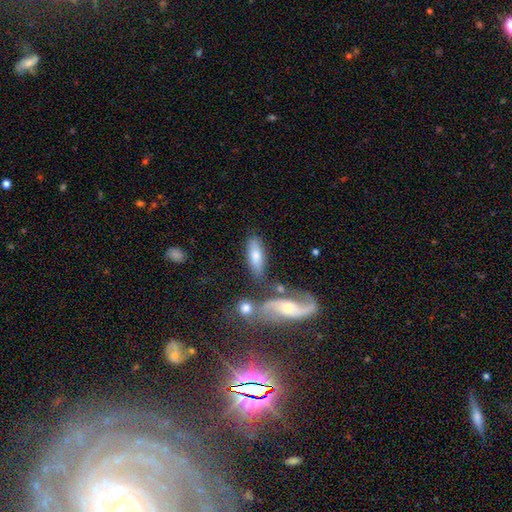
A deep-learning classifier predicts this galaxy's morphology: Smooth or featured? Predicted: smooth (p=0.66). How rounded? Predicted: in between (p=0.62). Merging? Predicted: none (p=0.60).